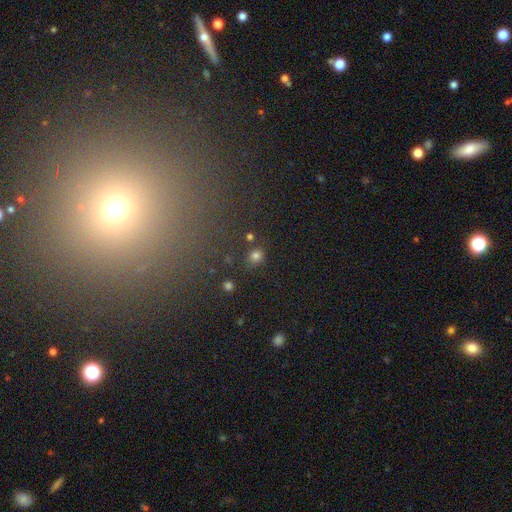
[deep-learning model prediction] Smooth or featured? smooth (77%)
How rounded? round (70%)
Merging? none (81%)